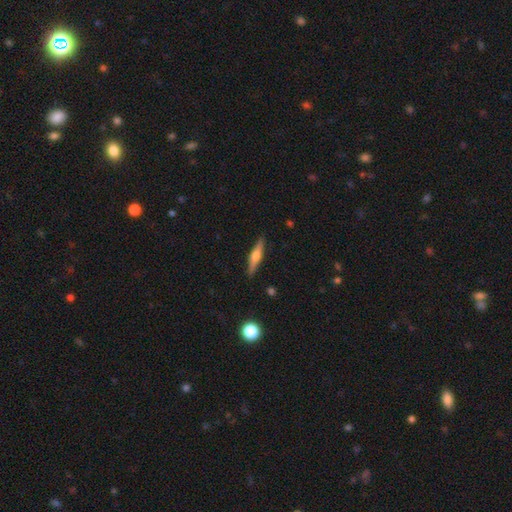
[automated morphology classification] Smooth or featured: featured or disk — 58% (smooth — 36%)
Edge-on disk: yes — 96% (no — 4%)
Edge-on bulge: rounded — 89% (boxy — 7%)
Merging: none — 89% (minor disturbance — 8%)